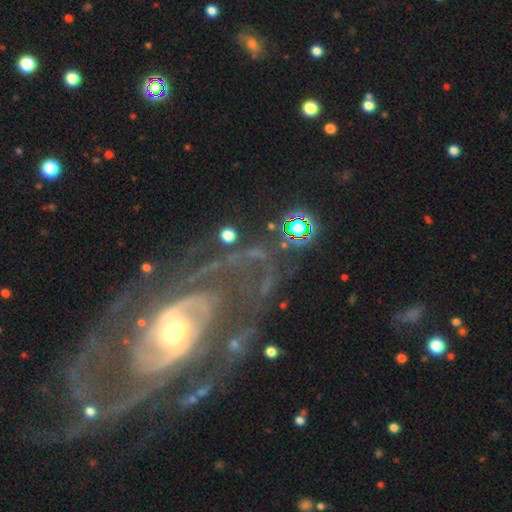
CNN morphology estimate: A featured or disk galaxy (86%) with no bar (51%), 2 (43%) tight (53%) spiral arms (92%) and a moderate central bulge (52%).

Vote fractions:
- Smooth or featured? featured or disk: 86% / star or artifact: 8% / smooth: 6%
- Edge-on disk? no: 95% / yes: 5%
- Bar? no: 51% / weak: 28% / strong: 21%
- Spiral arms? yes: 92% / no: 8%
- Spiral winding? tight: 53% / medium: 34% / loose: 13%
- Spiral arm count? 2: 43% / can't tell: 23% / 3: 12% / 4: 8% / 1: 7% / more than 4: 7%
- Bulge size? moderate: 52% / small: 37% / large: 8% / dominant: 2% / none: 2%
- Merging? none: 65% / major disturbance: 17% / minor disturbance: 15% / merger: 3%